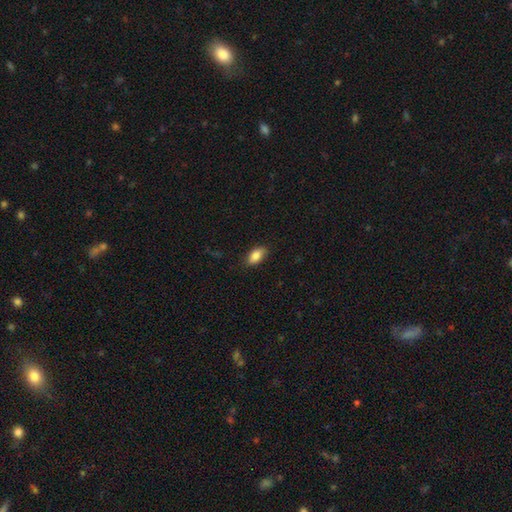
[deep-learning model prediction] Overall: smooth (86%). How rounded: in between (91%). Merging: none (83%).